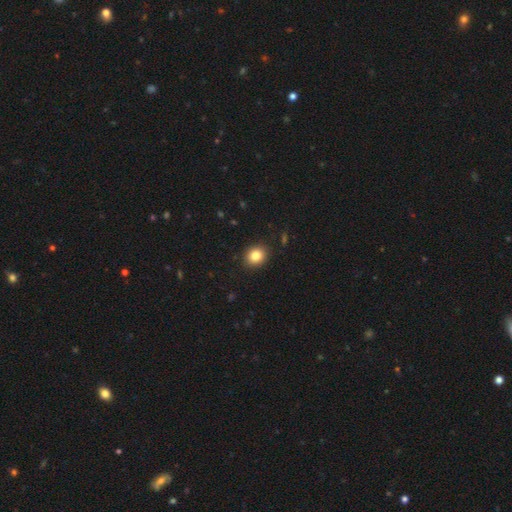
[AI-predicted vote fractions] A smooth galaxy with no disk features (84%) that is round (73%).

Vote fractions:
- Smooth or featured? smooth: 84% / star or artifact: 10% / featured or disk: 6%
- How rounded? round: 73% / in between: 26% / cigar-shaped: 1%
- Merging? none: 90% / minor disturbance: 7% / major disturbance: 2% / merger: 1%